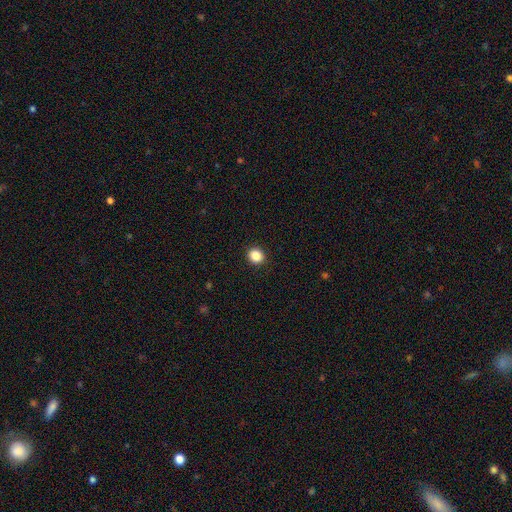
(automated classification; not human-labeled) smooth 87%, star or artifact 10%, featured or disk 3%. Down the decision tree: how rounded — round (81%); merging — none (92%).